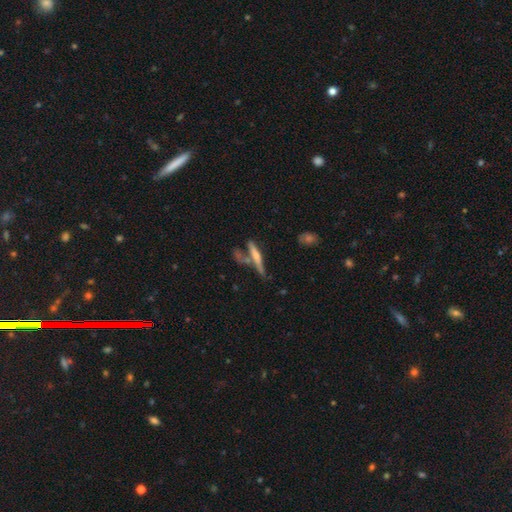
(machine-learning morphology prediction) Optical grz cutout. It shows a featured or disk galaxy (48%). Merging: none (54%).